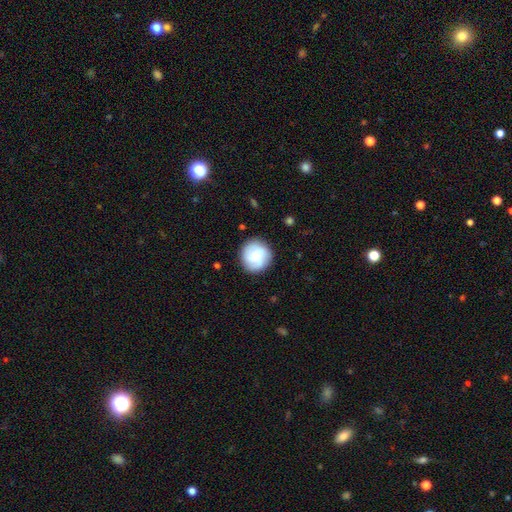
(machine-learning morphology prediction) The model was most divided on "smooth or featured": smooth: 66%, featured or disk: 27%, star or artifact: 7%. More confident: how rounded — round (93%); merging — none (86%).